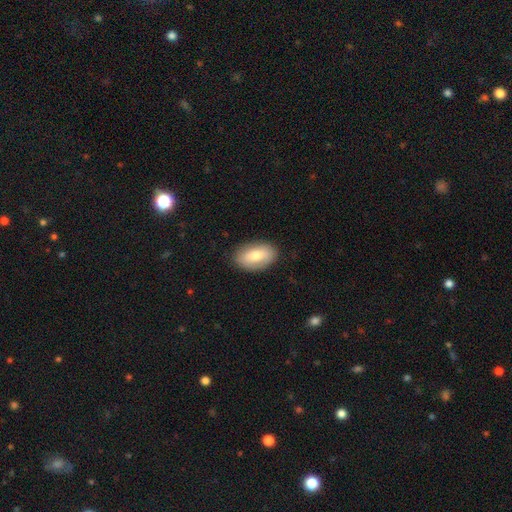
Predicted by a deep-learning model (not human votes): Smooth or featured: smooth — 74% (featured or disk — 20%)
How rounded: in between — 92% (round — 6%)
Merging: none — 85% (minor disturbance — 11%)